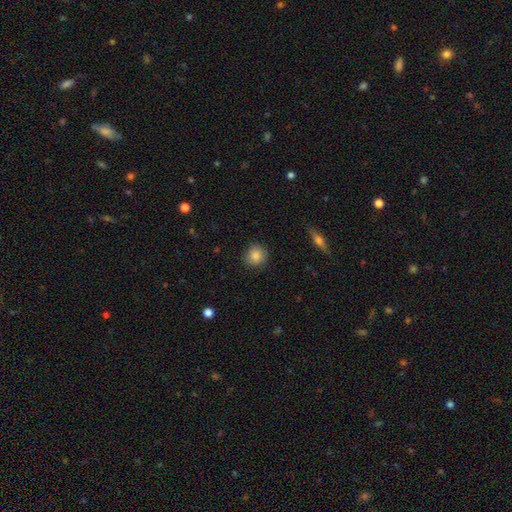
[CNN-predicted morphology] type=smooth (86%); roundness=round (89%); merging=none (88%).